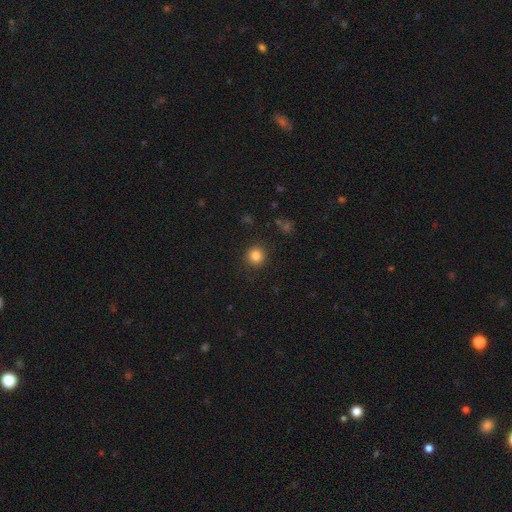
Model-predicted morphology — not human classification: The model was most divided on "smooth or featured": smooth: 84%, star or artifact: 11%, featured or disk: 5%. More confident: how rounded — round (93%); merging — none (90%).